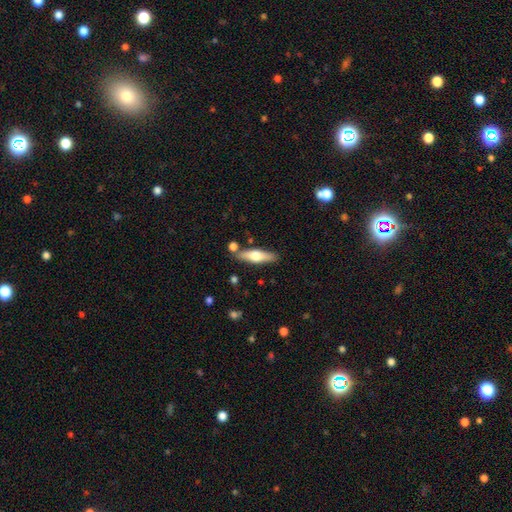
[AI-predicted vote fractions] This appears to be a smooth galaxy with no disk features (50%) that is cigar-shaped (64%). Merging: none (81%).